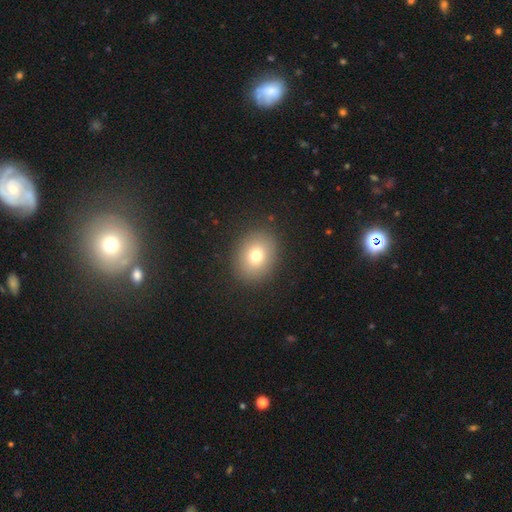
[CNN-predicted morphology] A smooth galaxy with no disk features (74%) that is round (57%). Merging: none (88%).